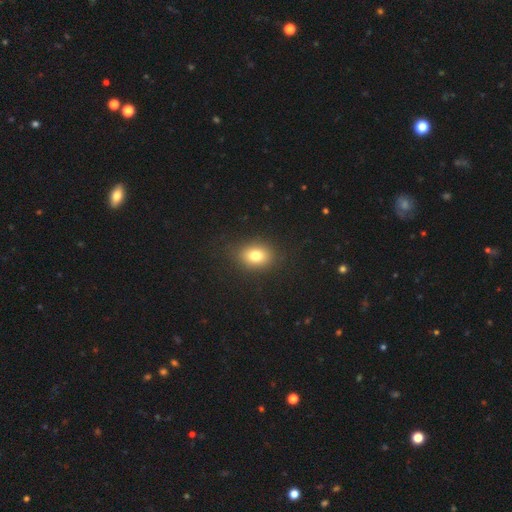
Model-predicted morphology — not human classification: Smooth or featured? smooth (78%)
How rounded? in between (59%)
Merging? none (86%)